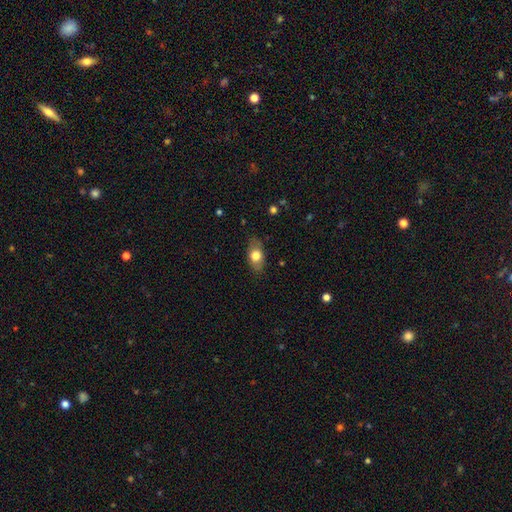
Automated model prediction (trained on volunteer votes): This appears to be a smooth galaxy with no disk features (72%) that is in between round and cigar-shaped (86%). Merging: none (79%).